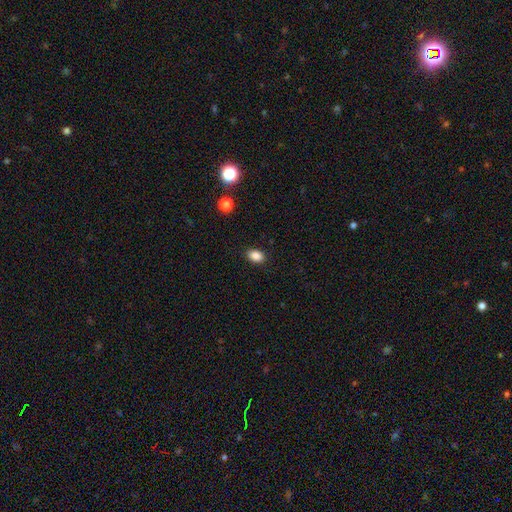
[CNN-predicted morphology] smooth-or-featured: smooth: 87% | star or artifact: 10% | featured or disk: 4%
  how-rounded: in between: 82% | round: 17% | cigar-shaped: 1%
  merging: none: 88% | minor disturbance: 8% | major disturbance: 2% | merger: 1%